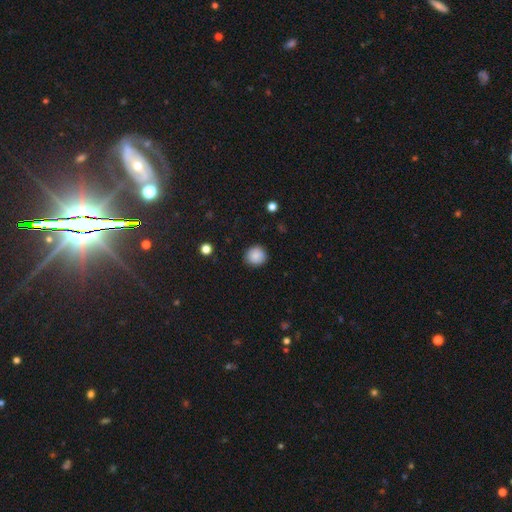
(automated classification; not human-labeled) Smooth or featured?
  - smooth: 87% *
  - star or artifact: 9%
  - featured or disk: 4%
How rounded?
  - round: 90% *
  - in between: 9%
  - cigar-shaped: 1%
Merging?
  - none: 88% *
  - minor disturbance: 8%
  - major disturbance: 2%
  - merger: 1%